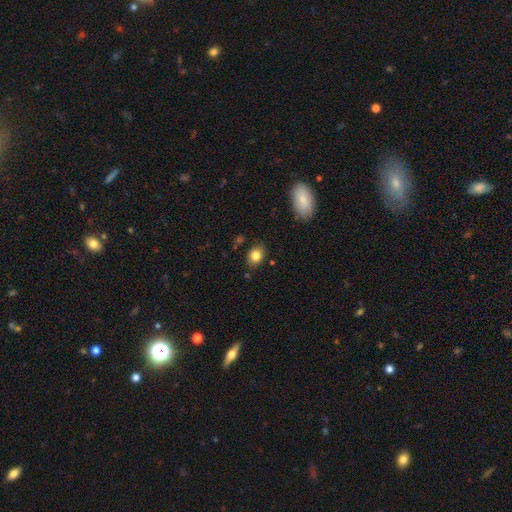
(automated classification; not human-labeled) A smooth galaxy with no disk features (82%) that is in between round and cigar-shaped (63%).

Vote fractions:
- Smooth or featured? smooth: 82% / star or artifact: 10% / featured or disk: 8%
- How rounded? in between: 63% / round: 36% / cigar-shaped: 1%
- Merging? none: 84% / minor disturbance: 11% / major disturbance: 3% / merger: 2%